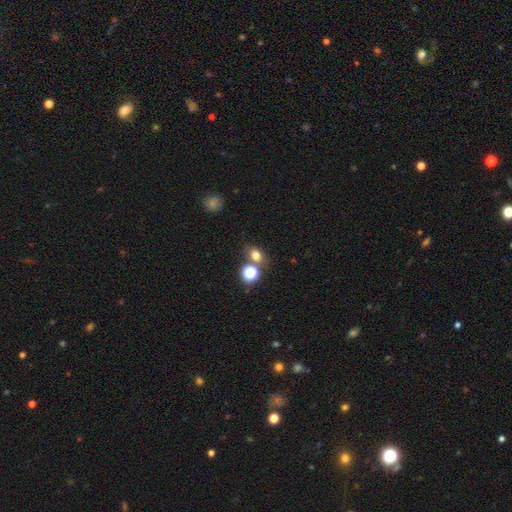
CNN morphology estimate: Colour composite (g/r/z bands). It shows a smooth galaxy with no disk features (71%) that is in between round and cigar-shaped (57%). Merging: none (66%).